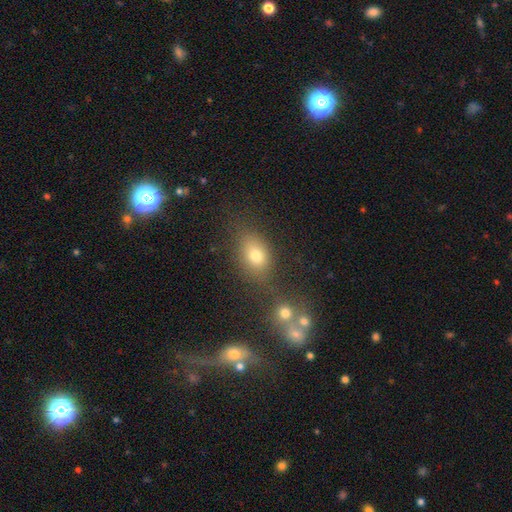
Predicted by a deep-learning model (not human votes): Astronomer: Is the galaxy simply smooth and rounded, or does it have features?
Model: smooth — 71%.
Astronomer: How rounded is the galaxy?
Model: in between — 68%.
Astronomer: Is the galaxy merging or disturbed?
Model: none — 67%.